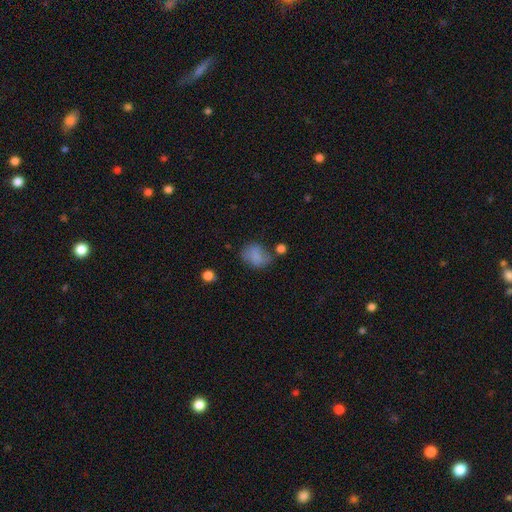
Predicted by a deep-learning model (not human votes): Smooth or featured?
  - smooth: 77% *
  - featured or disk: 13%
  - star or artifact: 11%
How rounded?
  - in between: 56% *
  - round: 43%
  - cigar-shaped: 1%
Merging?
  - none: 55% *
  - minor disturbance: 26%
  - major disturbance: 11%
  - merger: 8%